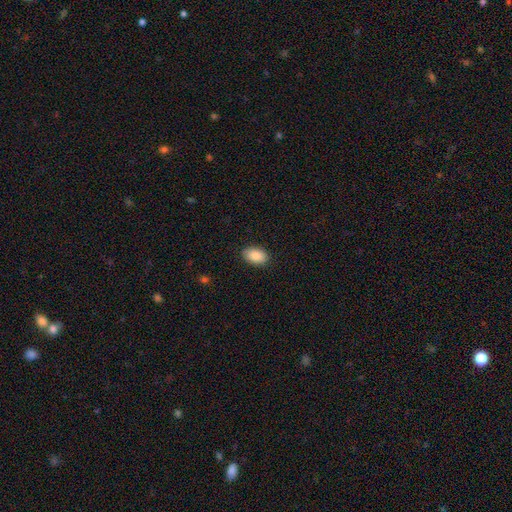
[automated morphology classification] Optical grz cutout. It shows a smooth galaxy with no disk features (89%) that is in between round and cigar-shaped (92%). Merging: none (88%).